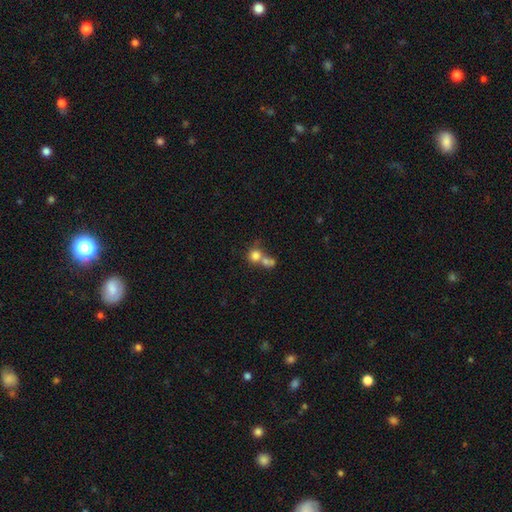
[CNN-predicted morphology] Overall: smooth (75%). How rounded: round (81%). Merging: merger (59%; none 30%).